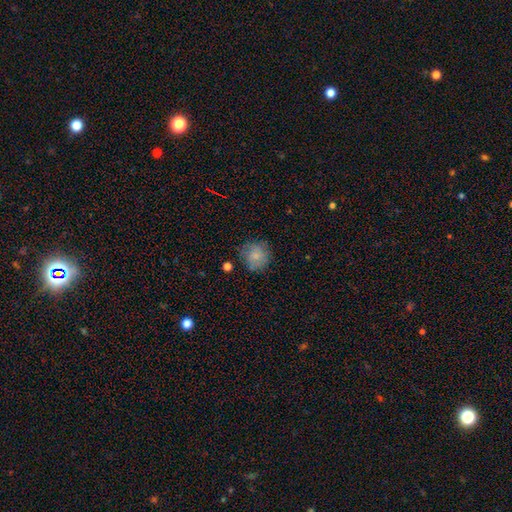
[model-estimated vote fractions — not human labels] The model was most divided on "merging": none: 77%, minor disturbance: 16%, major disturbance: 5%, merger: 2%. More confident: how rounded — round (90%); smooth or featured — smooth (82%).